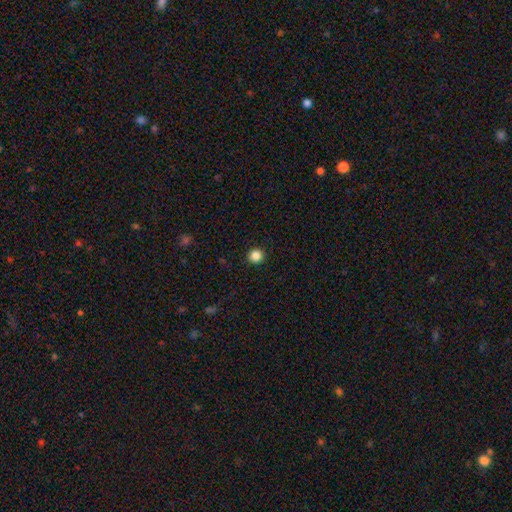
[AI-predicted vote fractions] smooth_or_featured: smooth (p=0.85) [alt: star or artifact p=0.11]
how_rounded: round (p=0.94) [alt: in between p=0.05]
merging: none (p=0.93) [alt: minor disturbance p=0.05]